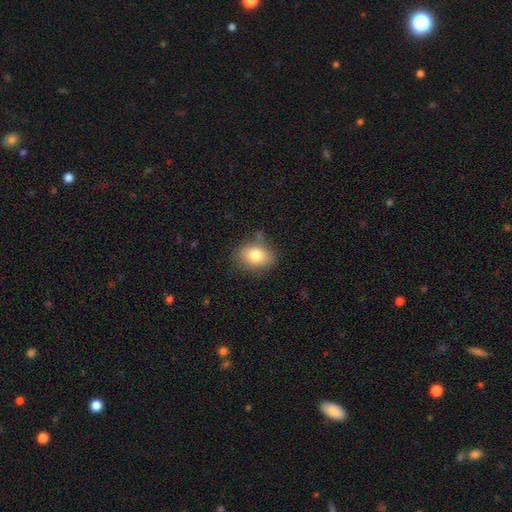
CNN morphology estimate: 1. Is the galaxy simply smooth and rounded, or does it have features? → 80% smooth, 11% featured or disk, 9% star or artifact.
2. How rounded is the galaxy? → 70% in between, 29% round, 1% cigar-shaped.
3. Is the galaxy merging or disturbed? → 76% none, 17% minor disturbance, 4% major disturbance, 3% merger.